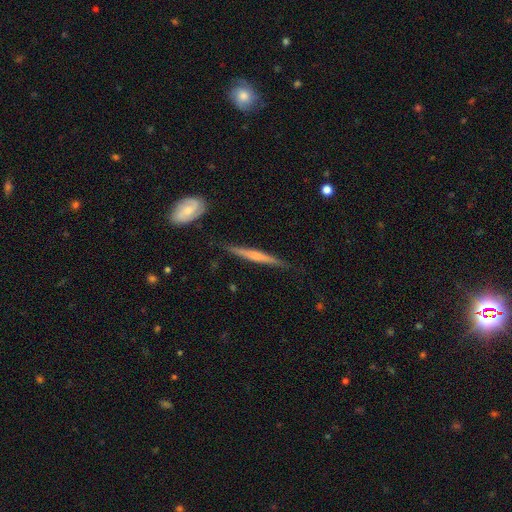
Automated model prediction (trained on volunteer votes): This is possibly a featured or disk galaxy (60%). It is clearly viewed edge-on (96%). Edge-on bulge: possibly rounded (46%). Merging: clearly none (84%).